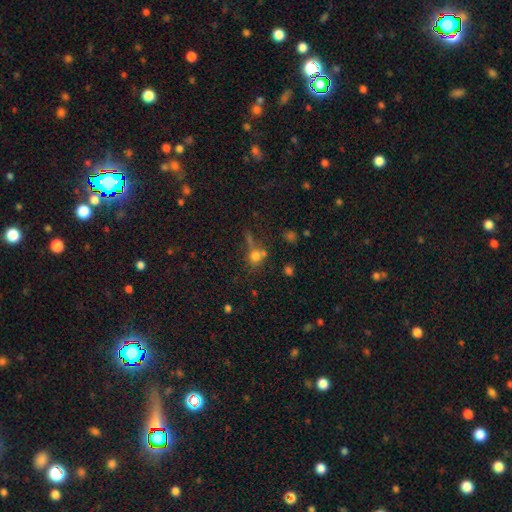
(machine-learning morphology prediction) Overall: smooth (68%). How rounded: round (79%). Merging: none (53%; merger 25%).